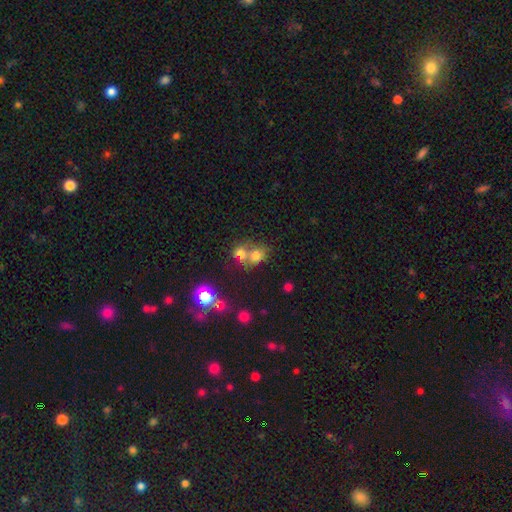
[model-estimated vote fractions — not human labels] This appears to be a smooth galaxy with no disk features (67%) that is round (61%). Merging: merger (56%).